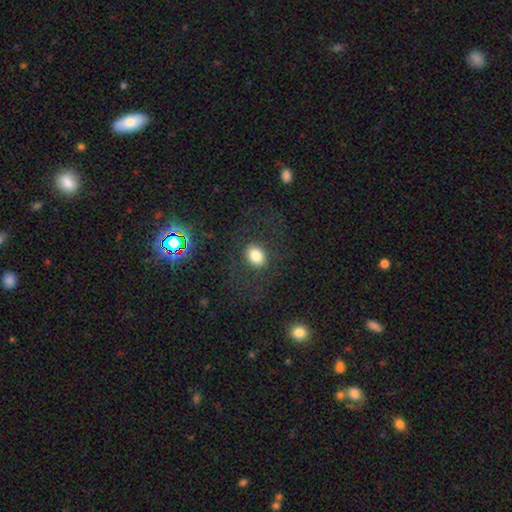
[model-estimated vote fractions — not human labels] A smooth galaxy with no disk features (77%) that is in between round and cigar-shaped (63%). Merging: none (81%).